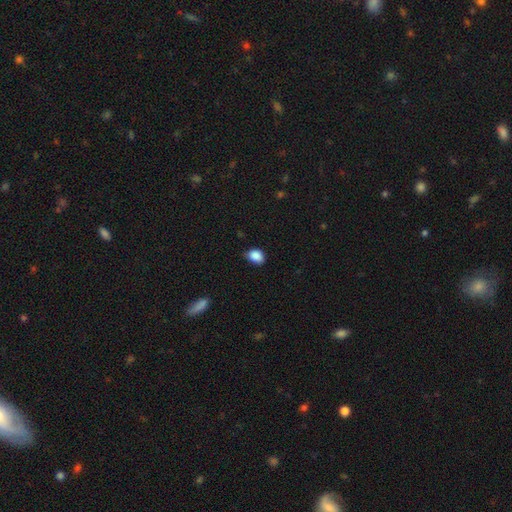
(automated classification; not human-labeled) smooth_or_featured: smooth (p=0.88) [alt: star or artifact p=0.08]
how_rounded: in between (p=0.73) [alt: round p=0.26]
merging: none (p=0.66) [alt: minor disturbance p=0.29]